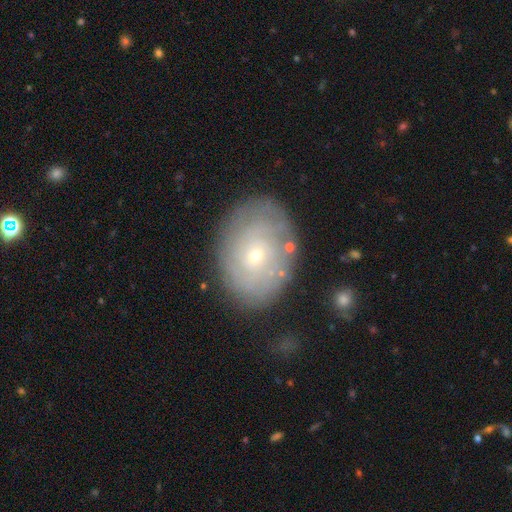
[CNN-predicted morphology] Q: Smooth or featured?
A: featured or disk (58%); runner-up: smooth (33%)
Q: Edge-on disk?
A: no (95%); runner-up: yes (5%)
Q: Bar?
A: no (81%); runner-up: weak (17%)
Q: Spiral arms?
A: yes (68%); runner-up: no (32%)
Q: Bulge size?
A: small (73%); runner-up: moderate (24%)
Q: Merging?
A: none (78%); runner-up: minor disturbance (15%)